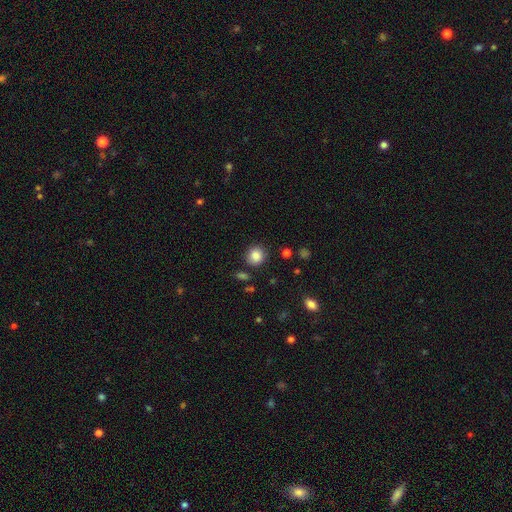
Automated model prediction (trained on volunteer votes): A smooth galaxy with no disk features (86%) that is round (88%).

Vote fractions:
- Smooth or featured? smooth: 86% / star or artifact: 10% / featured or disk: 4%
- How rounded? round: 88% / in between: 12% / cigar-shaped: 1%
- Merging? none: 86% / minor disturbance: 9% / major disturbance: 3% / merger: 3%